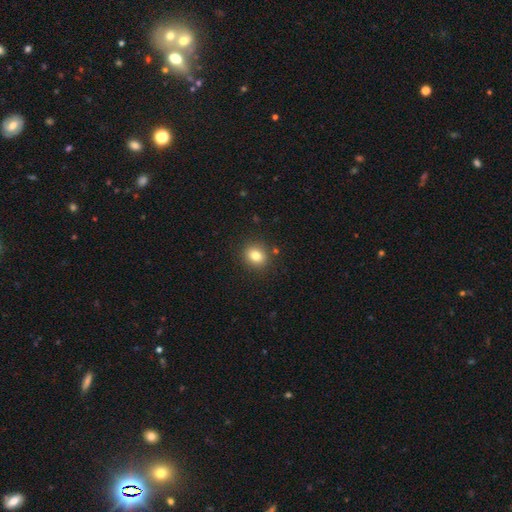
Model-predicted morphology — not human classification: Overall: smooth (81%). How rounded: round (70%). Merging: none (88%).